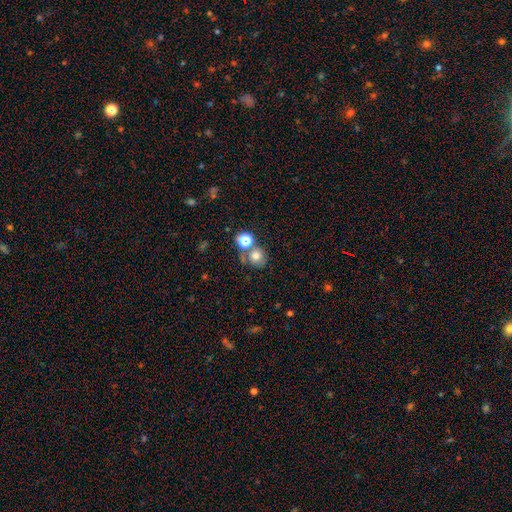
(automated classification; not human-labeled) Smooth or featured: smooth — 67% (star or artifact — 17%)
How rounded: round — 80% (in between — 19%)
Merging: none — 52% (merger — 30%)